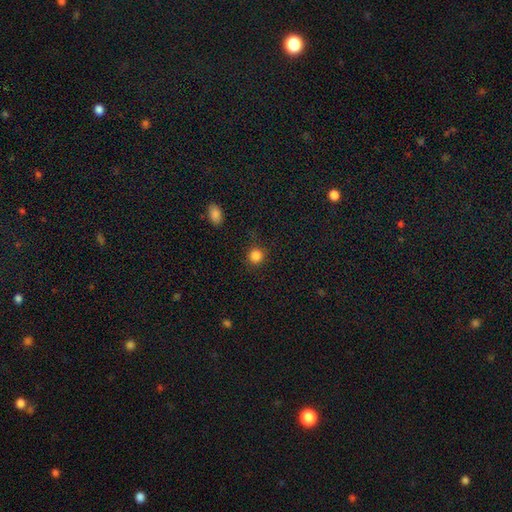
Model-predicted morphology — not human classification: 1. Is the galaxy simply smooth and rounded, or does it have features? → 85% smooth, 12% star or artifact, 3% featured or disk.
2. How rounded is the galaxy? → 92% round, 7% in between, 1% cigar-shaped.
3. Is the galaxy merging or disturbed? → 85% none, 9% minor disturbance, 3% major disturbance, 2% merger.